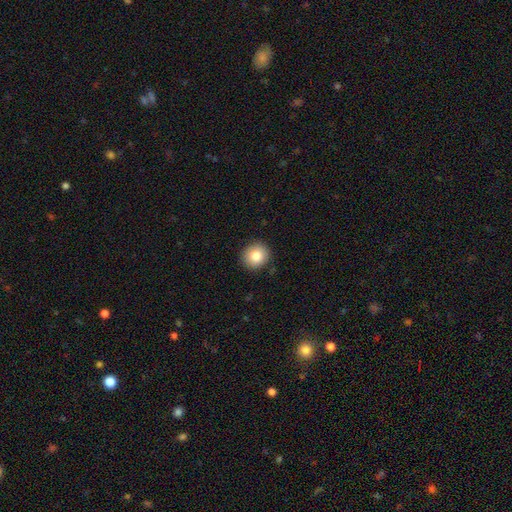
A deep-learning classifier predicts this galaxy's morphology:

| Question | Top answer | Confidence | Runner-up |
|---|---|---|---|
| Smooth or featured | smooth | 82% | star or artifact (9%) |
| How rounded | round | 87% | in between (12%) |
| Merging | none | 91% | minor disturbance (7%) |